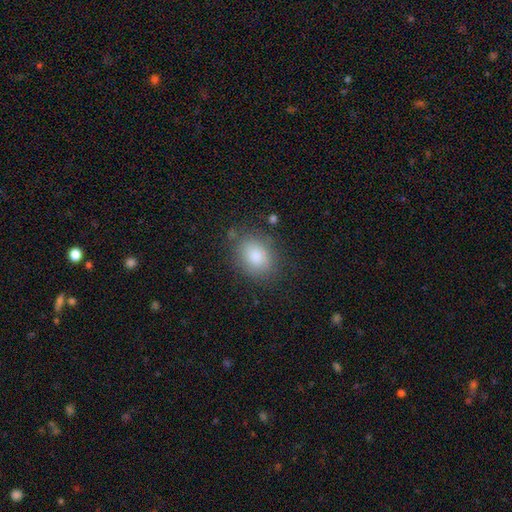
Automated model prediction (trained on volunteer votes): The model was most divided on "how rounded": in between: 65%, round: 34%, cigar-shaped: 1%. More confident: smooth or featured — smooth (83%); merging — none (75%).